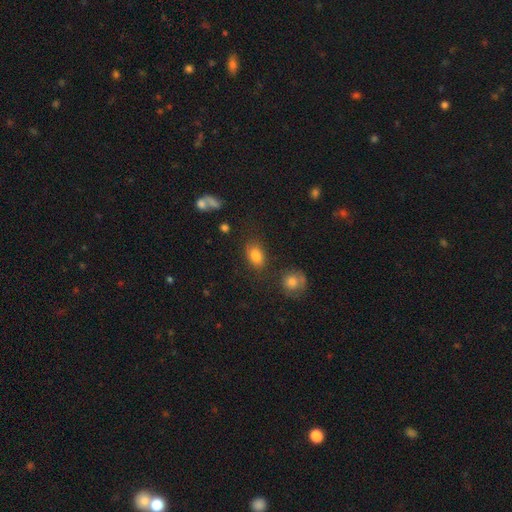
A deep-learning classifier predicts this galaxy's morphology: Overall: smooth (82%). How rounded: in between (78%). Merging: none (76%).